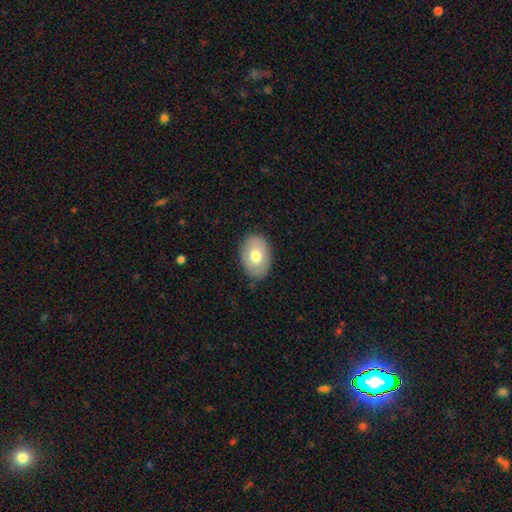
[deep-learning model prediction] smooth 70%, featured or disk 23%, star or artifact 7%. Down the decision tree: how rounded — in between (80%); merging — none (82%).